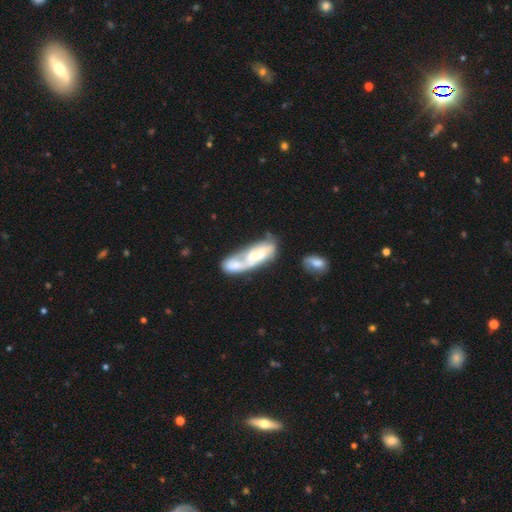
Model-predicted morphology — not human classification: Smooth or featured?
  - smooth: 51% *
  - featured or disk: 42%
  - star or artifact: 7%
How rounded?
  - in between: 66% *
  - cigar-shaped: 31%
  - round: 3%
Merging?
  - merger: 65% *
  - none: 14%
  - major disturbance: 12%
  - minor disturbance: 10%